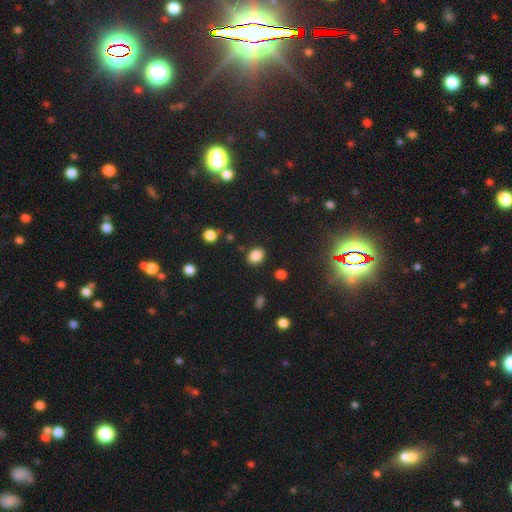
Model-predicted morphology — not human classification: This is clearly a smooth galaxy (85%). How rounded: likely in between (60%). Merging: clearly none (84%).